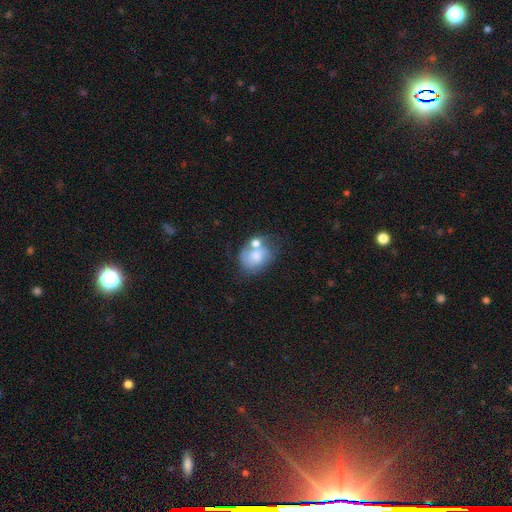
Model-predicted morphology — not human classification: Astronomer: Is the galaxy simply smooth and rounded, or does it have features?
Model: smooth — 60%.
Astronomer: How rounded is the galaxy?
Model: in between — 52% (runner-up: round, 47%).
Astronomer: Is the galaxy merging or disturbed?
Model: merger — 34% (runner-up: none, 33%).